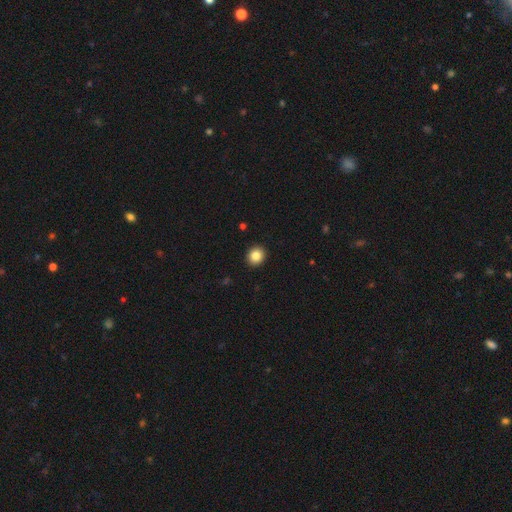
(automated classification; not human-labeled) This is clearly a smooth galaxy (85%). How rounded: clearly round (83%). Merging: clearly none (93%).